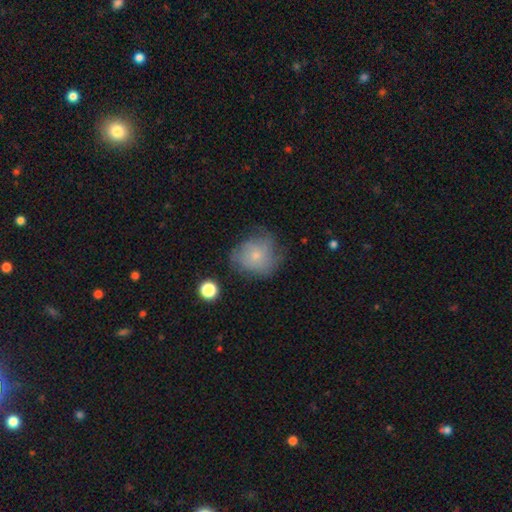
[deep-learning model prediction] Smooth or featured? Predicted: smooth (p=0.57). How rounded? Predicted: round (p=0.76). Merging? Predicted: none (p=0.53).